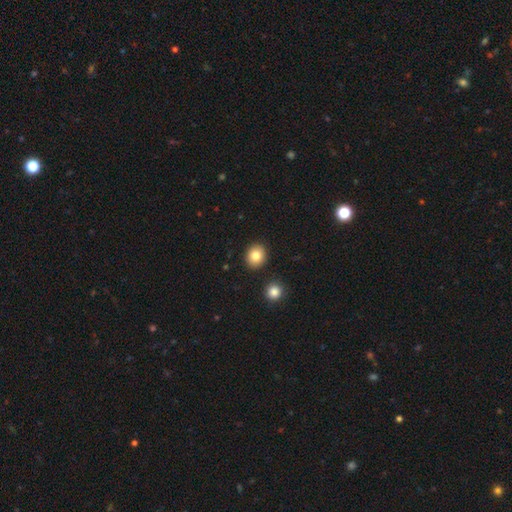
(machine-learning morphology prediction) Smooth or featured?
  - smooth: 83% *
  - star or artifact: 9%
  - featured or disk: 8%
How rounded?
  - round: 71% *
  - in between: 28%
  - cigar-shaped: 1%
Merging?
  - none: 88% *
  - minor disturbance: 6%
  - merger: 4%
  - major disturbance: 2%